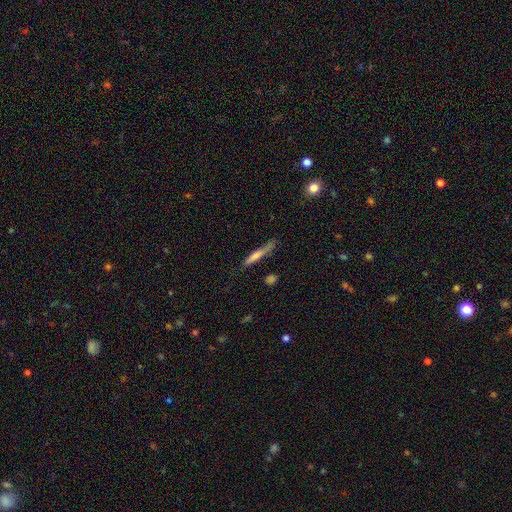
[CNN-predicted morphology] The model was most divided on "smooth or featured": smooth: 49%, featured or disk: 43%, star or artifact: 8%. More confident: merging — none (74%).